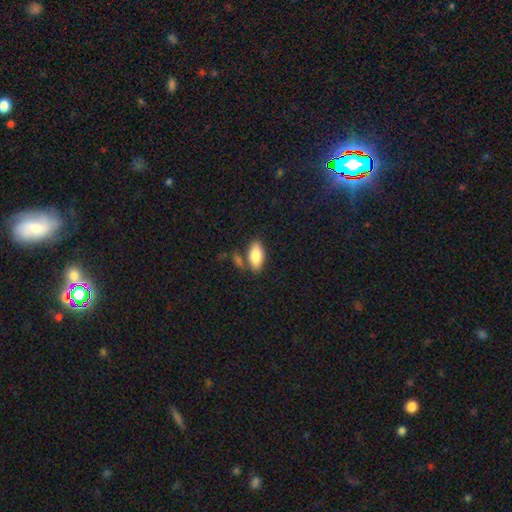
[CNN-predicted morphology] Smooth or featured: smooth — 83% (featured or disk — 11%)
How rounded: in between — 91% (cigar-shaped — 7%)
Merging: none — 70% (merger — 14%)